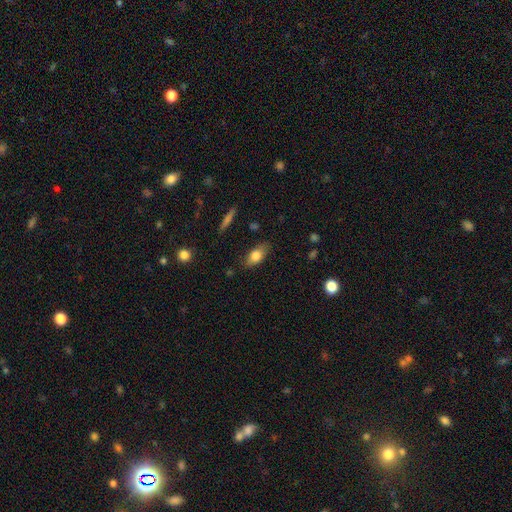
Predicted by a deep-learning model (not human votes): A smooth galaxy with no disk features (76%) that is in between round and cigar-shaped (82%). Merging: none (79%).